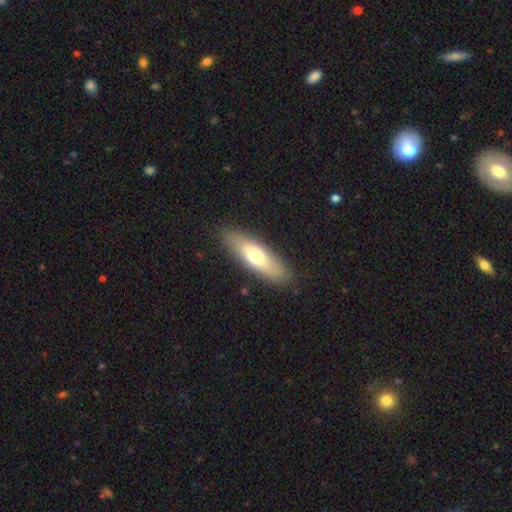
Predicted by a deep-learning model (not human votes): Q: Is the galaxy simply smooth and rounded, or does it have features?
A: smooth — 68%.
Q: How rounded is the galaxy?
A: cigar-shaped — 52%.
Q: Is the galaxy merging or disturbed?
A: none — 87%.